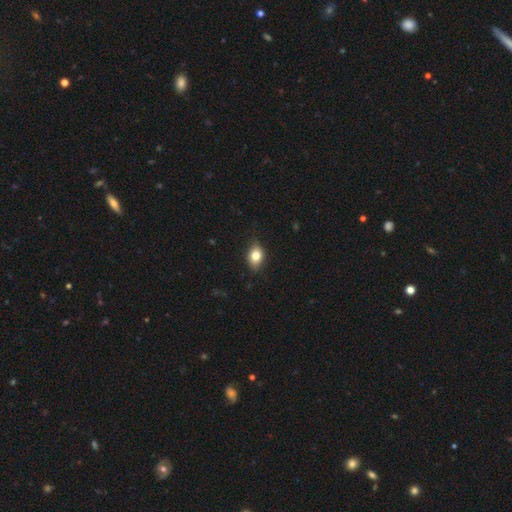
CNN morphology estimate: Smooth or featured? smooth (79%)
How rounded? in between (78%)
Merging? none (83%)